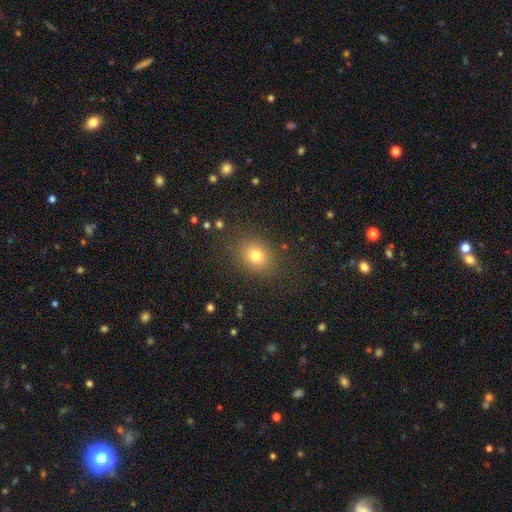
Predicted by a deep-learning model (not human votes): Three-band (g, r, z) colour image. It shows a smooth galaxy with no disk features (78%) that is in between round and cigar-shaped (54%). Merging: none (84%).